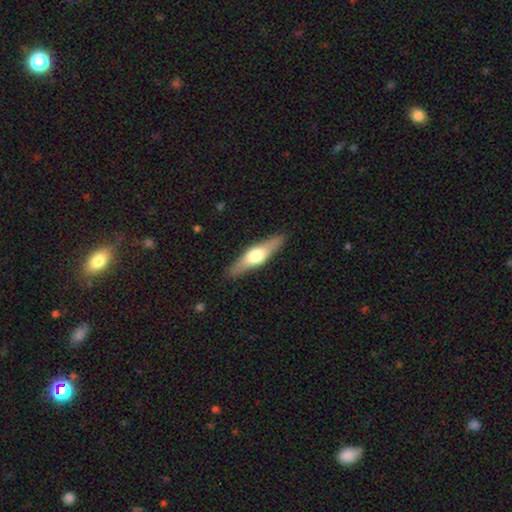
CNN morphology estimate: smooth-or-featured: featured or disk: 55% | smooth: 40% | star or artifact: 5%
  disk-edge-on: yes: 92% | no: 8%
    edge-on-bulge: rounded: 93% | boxy: 5% | none: 2%
  merging: none: 89% | minor disturbance: 8% | major disturbance: 2% | merger: 1%